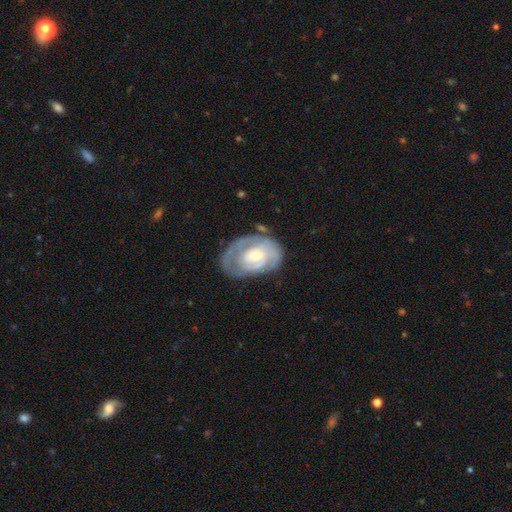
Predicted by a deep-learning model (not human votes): Q: Smooth or featured?
A: featured or disk (74%); runner-up: smooth (21%)
Q: Edge-on disk?
A: no (96%); runner-up: yes (4%)
Q: Bar?
A: no (67%); runner-up: weak (28%)
Q: Spiral arms?
A: yes (81%); runner-up: no (19%)
Q: Spiral winding?
A: tight (61%); runner-up: medium (28%)
Q: Spiral arm count?
A: can't tell (43%); runner-up: 2 (28%)
Q: Bulge size?
A: moderate (47%); runner-up: small (46%)
Q: Merging?
A: none (55%); runner-up: minor disturbance (26%)